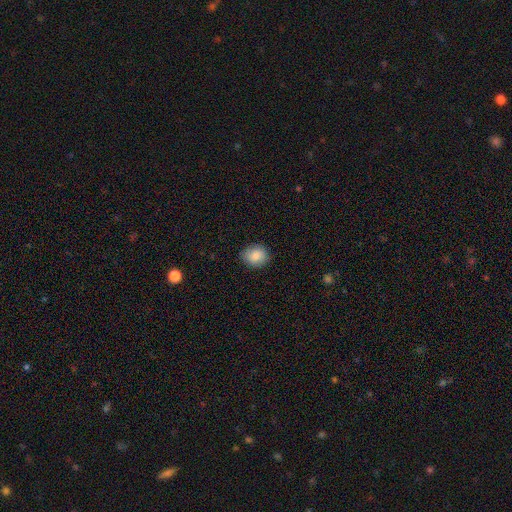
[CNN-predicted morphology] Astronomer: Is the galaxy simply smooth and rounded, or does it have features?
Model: smooth — 86%.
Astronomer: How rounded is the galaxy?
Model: round — 70%.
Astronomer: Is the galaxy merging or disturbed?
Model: none — 87%.